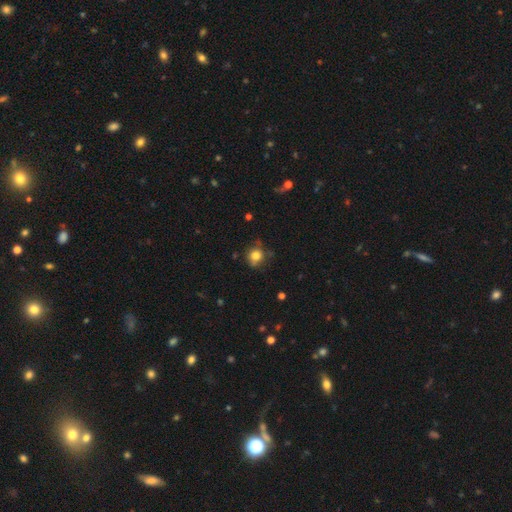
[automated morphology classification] A smooth galaxy with no disk features (77%) that is round (82%).

Vote fractions:
- Smooth or featured? smooth: 77% / star or artifact: 12% / featured or disk: 11%
- How rounded? round: 82% / in between: 17% / cigar-shaped: 1%
- Merging? none: 66% / minor disturbance: 23% / major disturbance: 8% / merger: 3%